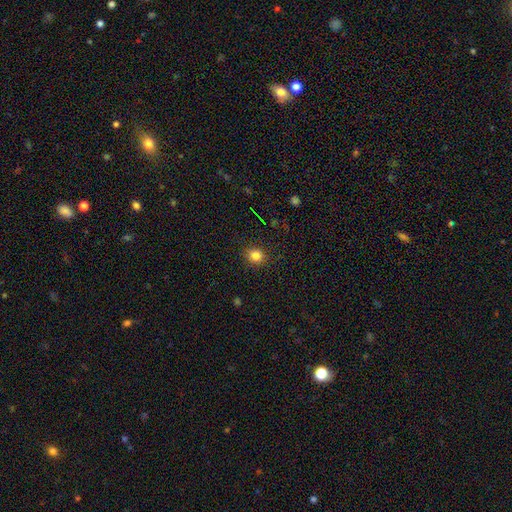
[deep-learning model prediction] Smooth or featured: smooth — 82% (star or artifact — 14%)
How rounded: round — 82% (in between — 17%)
Merging: none — 88% (minor disturbance — 8%)